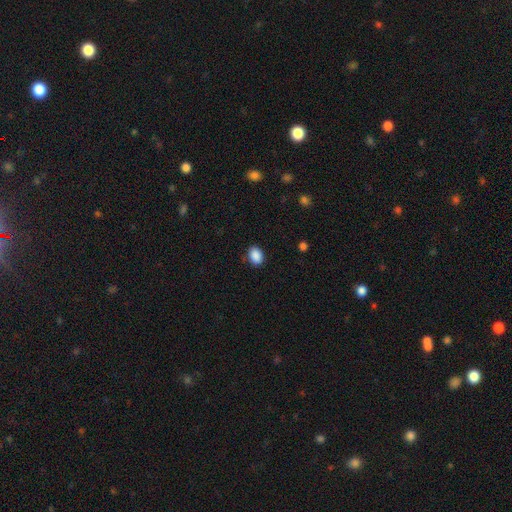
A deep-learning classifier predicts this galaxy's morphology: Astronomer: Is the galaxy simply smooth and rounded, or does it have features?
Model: smooth — 89%.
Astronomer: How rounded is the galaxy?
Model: in between — 70%.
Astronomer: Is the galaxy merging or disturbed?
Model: none — 86%.